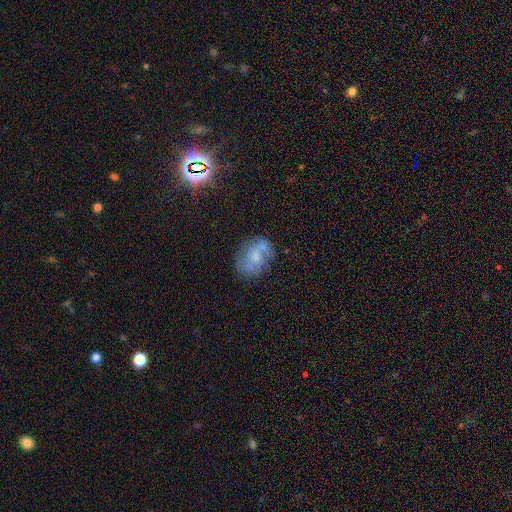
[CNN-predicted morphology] Smooth or featured? featured or disk (53%)
Edge-on disk? no (97%)
Bar? no (68%)
Spiral arms? yes (64%)
Bulge size? moderate (42%)
Merging? none (60%)